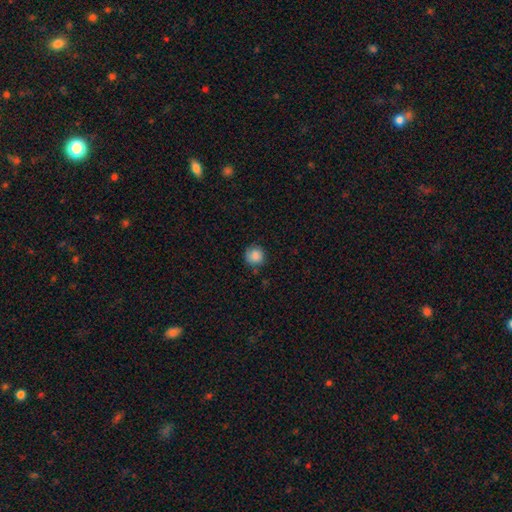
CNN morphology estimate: Smooth or featured?
  - smooth: 86% *
  - star or artifact: 9%
  - featured or disk: 5%
How rounded?
  - round: 92% *
  - in between: 7%
  - cigar-shaped: 1%
Merging?
  - none: 80% *
  - minor disturbance: 15%
  - major disturbance: 3%
  - merger: 2%